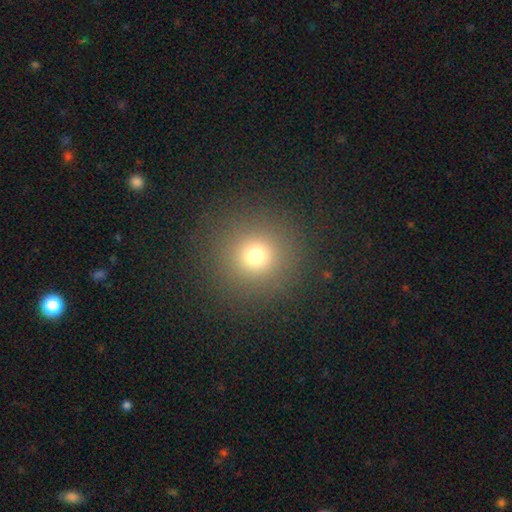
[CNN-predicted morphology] smooth 73%, star or artifact 19%, featured or disk 8%. Down the decision tree: how rounded — round (94%); merging — none (90%).